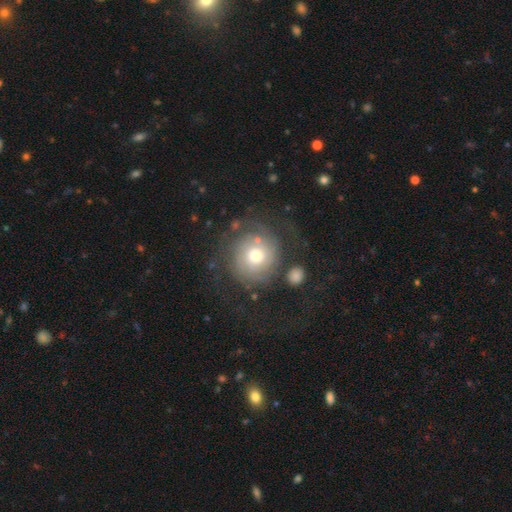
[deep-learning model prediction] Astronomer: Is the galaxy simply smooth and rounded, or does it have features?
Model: featured or disk — 62%.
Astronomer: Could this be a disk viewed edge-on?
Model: no — 97%.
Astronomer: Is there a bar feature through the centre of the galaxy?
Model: no — 82%.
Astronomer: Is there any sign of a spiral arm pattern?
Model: yes — 82%.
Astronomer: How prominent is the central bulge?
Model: moderate — 69%.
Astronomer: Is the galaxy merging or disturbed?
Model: none — 65%.